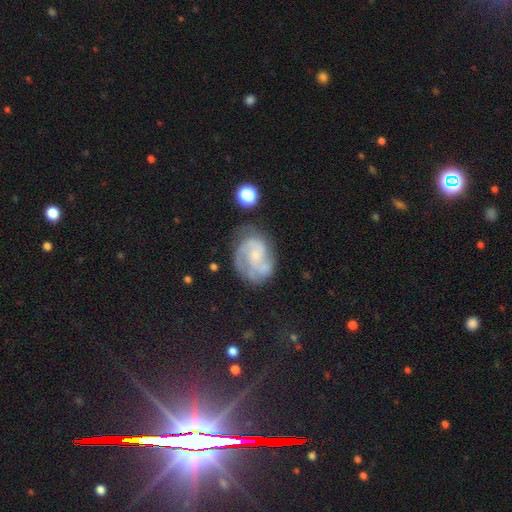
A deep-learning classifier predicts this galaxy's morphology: type=featured or disk (79%); edge-on=no (98%); bar=no (66%); spiral arms=yes (92%); winding=medium (44%); arm count=2 (36%); bulge=small (63%); merging=none (59%).